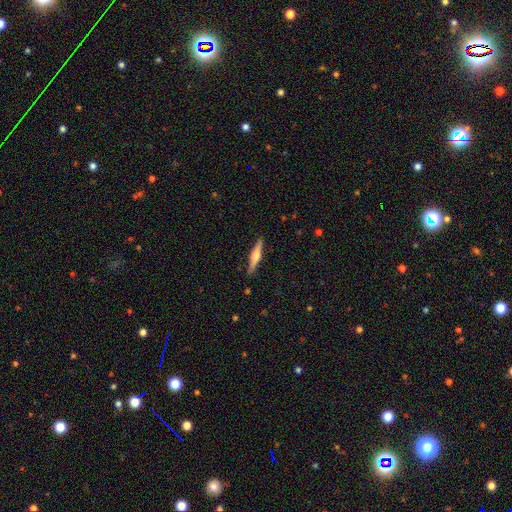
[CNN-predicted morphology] Smooth or featured: featured or disk — 59% (smooth — 35%)
Edge-on disk: yes — 97% (no — 3%)
Edge-on bulge: rounded — 84% (boxy — 11%)
Merging: none — 89% (minor disturbance — 8%)